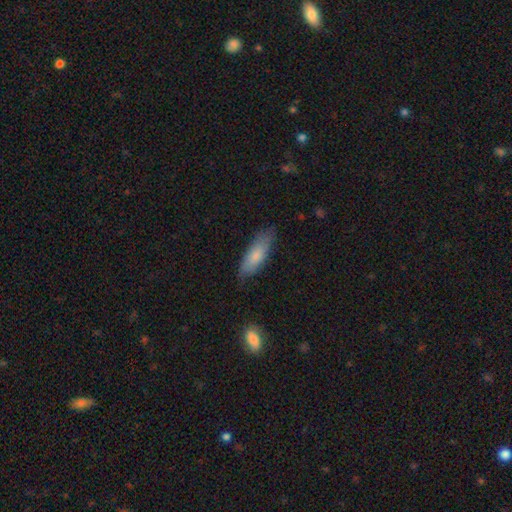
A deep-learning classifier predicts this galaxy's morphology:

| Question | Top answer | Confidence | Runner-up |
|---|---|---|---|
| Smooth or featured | smooth | 78% | featured or disk (17%) |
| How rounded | in between | 57% | cigar-shaped (41%) |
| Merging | none | 76% | minor disturbance (19%) |